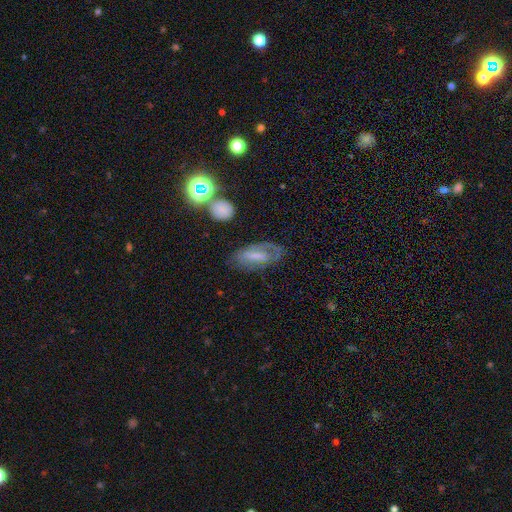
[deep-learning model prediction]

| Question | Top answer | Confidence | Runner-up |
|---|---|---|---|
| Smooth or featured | featured or disk | 58% | smooth (33%) |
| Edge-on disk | no | 90% | yes (10%) |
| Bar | weak | 43% | strong (33%) |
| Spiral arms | yes | 71% | no (29%) |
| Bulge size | small | 40% | moderate (31%) |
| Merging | none | 64% | minor disturbance (21%) |